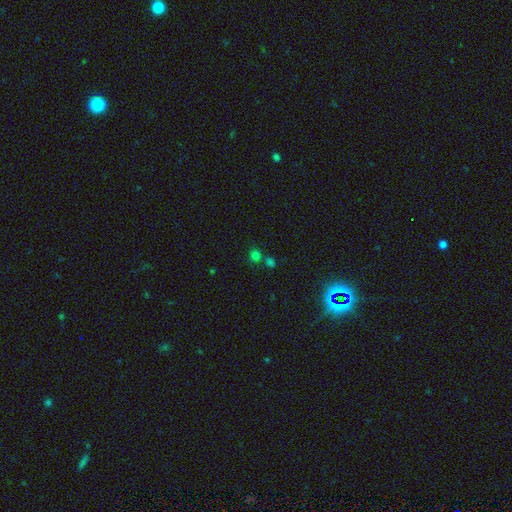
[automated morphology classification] Q: Smooth or featured?
A: smooth (68%); runner-up: star or artifact (26%)
Q: How rounded?
A: round (86%); runner-up: in between (13%)
Q: Merging?
A: none (68%); runner-up: merger (20%)